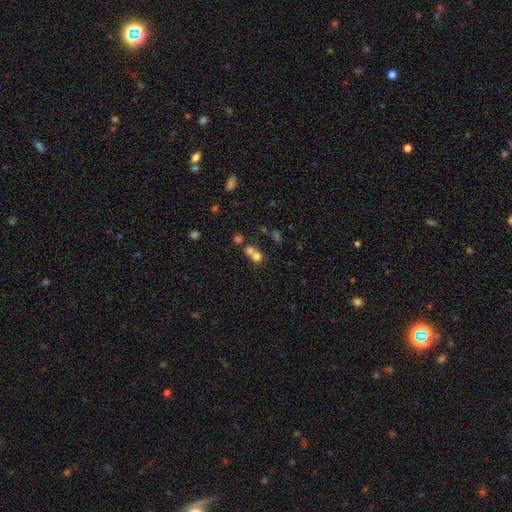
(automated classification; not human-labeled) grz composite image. It shows a smooth galaxy with no disk features (70%) that is round (81%). Merging: merger (53%).